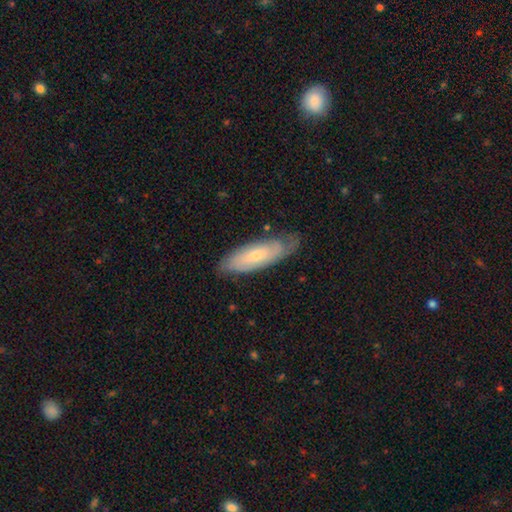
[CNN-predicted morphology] This appears to be a featured or disk galaxy (50%). Merging: none (71%).